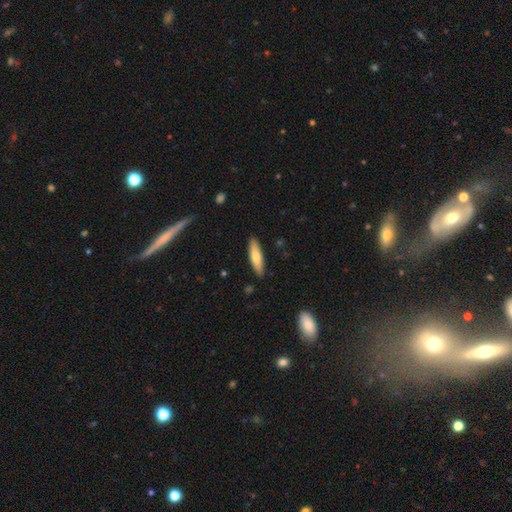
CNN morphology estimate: smooth-or-featured: smooth: 71% | featured or disk: 23% | star or artifact: 6%
  how-rounded: cigar-shaped: 68% | in between: 31% | round: 2%
  merging: none: 88% | minor disturbance: 9% | major disturbance: 2% | merger: 1%